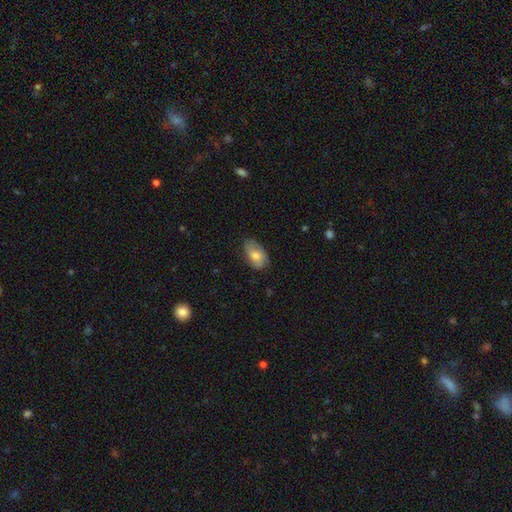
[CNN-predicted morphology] smooth_or_featured: smooth (p=0.73) [alt: featured or disk p=0.20]
how_rounded: in between (p=0.91) [alt: round p=0.07]
merging: none (p=0.72) [alt: minor disturbance p=0.22]